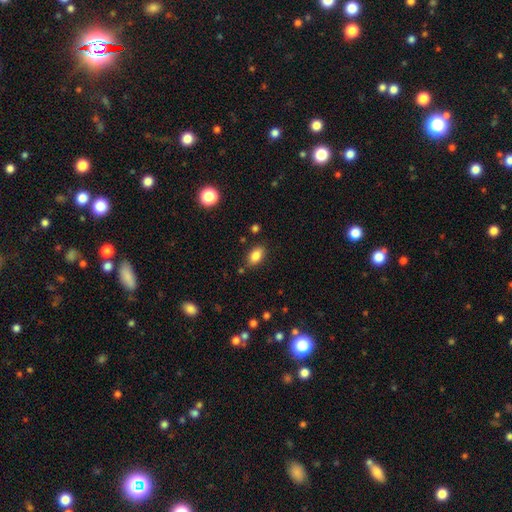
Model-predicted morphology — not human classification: smooth_or_featured: smooth (p=0.85) [alt: star or artifact p=0.09]
how_rounded: in between (p=0.90) [alt: round p=0.07]
merging: none (p=0.83) [alt: minor disturbance p=0.11]